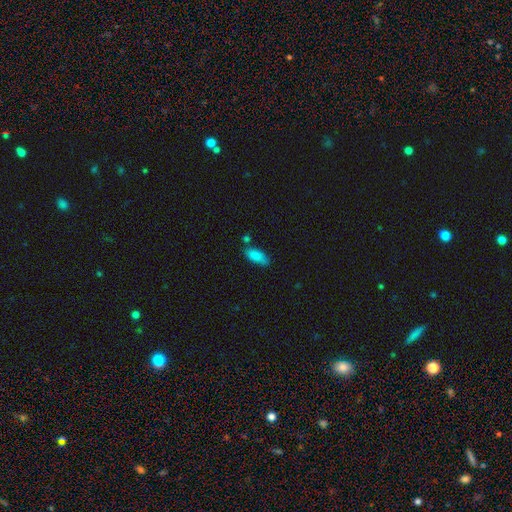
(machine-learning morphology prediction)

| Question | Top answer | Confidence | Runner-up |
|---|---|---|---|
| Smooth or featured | smooth | 85% | star or artifact (8%) |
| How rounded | in between | 80% | cigar-shaped (18%) |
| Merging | none | 64% | minor disturbance (22%) |